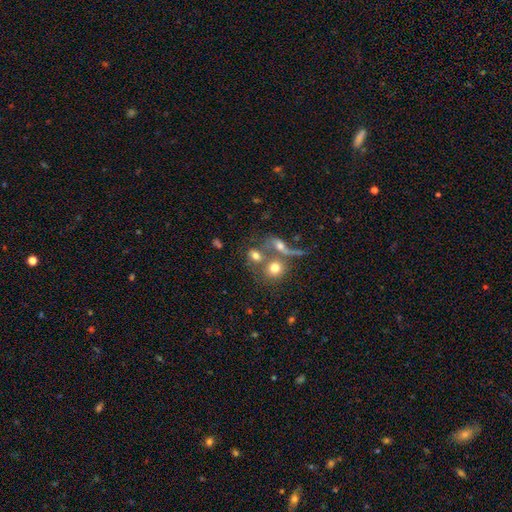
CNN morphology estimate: The model was most divided on "how rounded": in between: 51%, round: 46%, cigar-shaped: 3%. Remaining: smooth or featured — smooth (65%); merging — merger (46%).